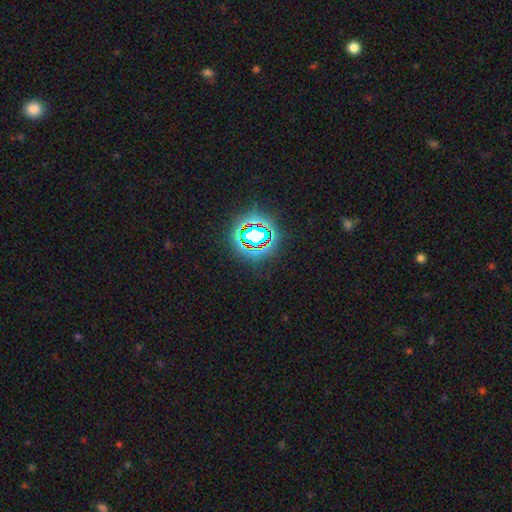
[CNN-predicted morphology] Smooth or featured? Predicted: star or artifact (p=0.82).